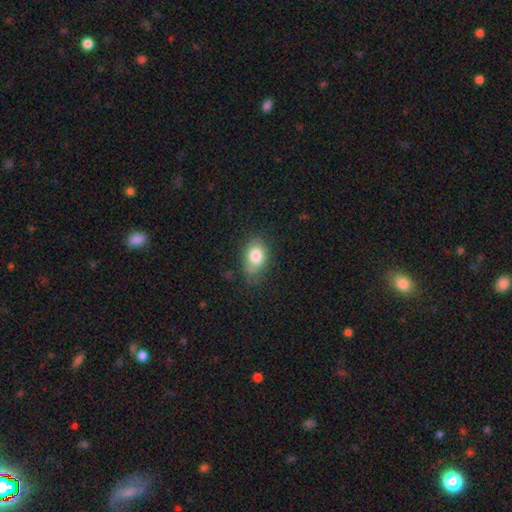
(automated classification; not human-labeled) Overall: smooth (81%). How rounded: in between (80%). Merging: none (63%; minor disturbance 28%).